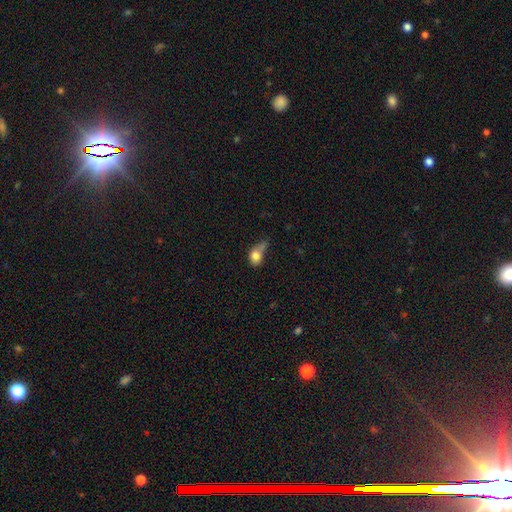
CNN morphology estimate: smooth-or-featured: smooth: 78% | featured or disk: 13% | star or artifact: 9%
  how-rounded: in between: 57% | round: 41% | cigar-shaped: 3%
  merging: minor disturbance: 28% | major disturbance: 26% | none: 24% | merger: 22%